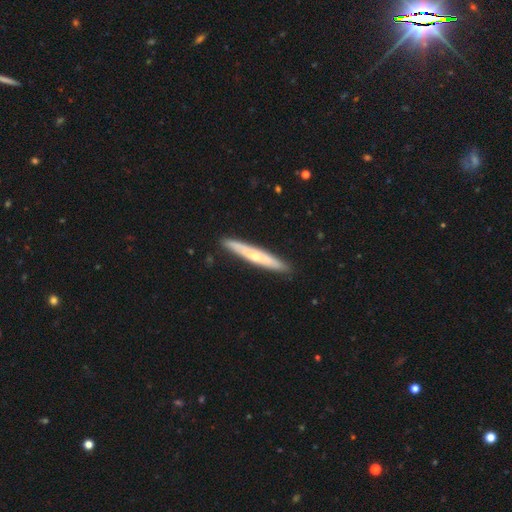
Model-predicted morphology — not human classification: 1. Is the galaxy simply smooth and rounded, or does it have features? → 48% featured or disk, 47% smooth, 5% star or artifact.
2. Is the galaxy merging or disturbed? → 89% none, 8% minor disturbance, 1% major disturbance, 1% merger.